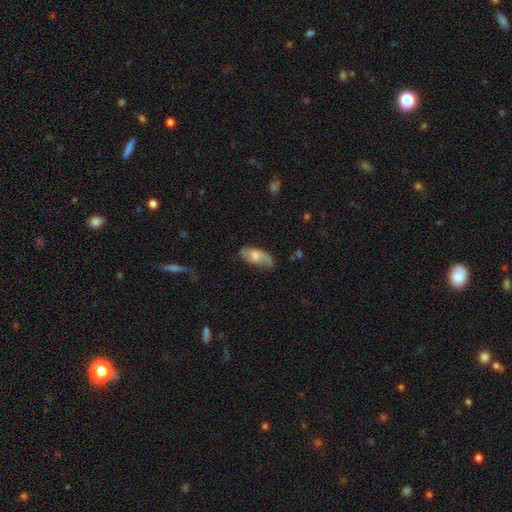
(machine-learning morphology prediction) The model was most divided on "smooth or featured": smooth: 56%, featured or disk: 37%, star or artifact: 7%. More confident: how rounded — in between (86%); merging — none (58%).